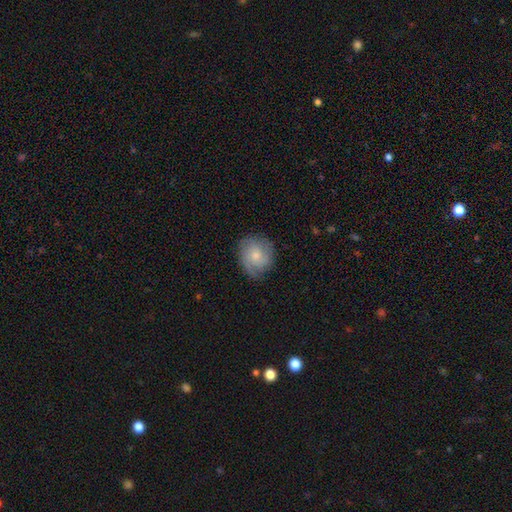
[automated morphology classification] This is possibly a smooth galaxy (51%). How rounded: likely round (79%). Merging: likely none (74%).